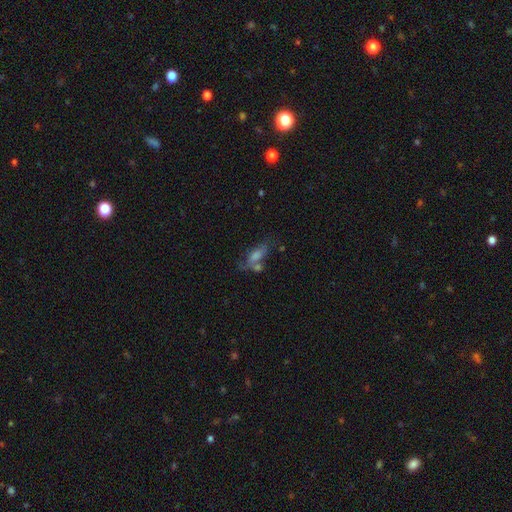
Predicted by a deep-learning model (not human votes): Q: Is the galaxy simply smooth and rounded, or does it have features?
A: smooth — 45%.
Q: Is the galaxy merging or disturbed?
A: none — 46%.